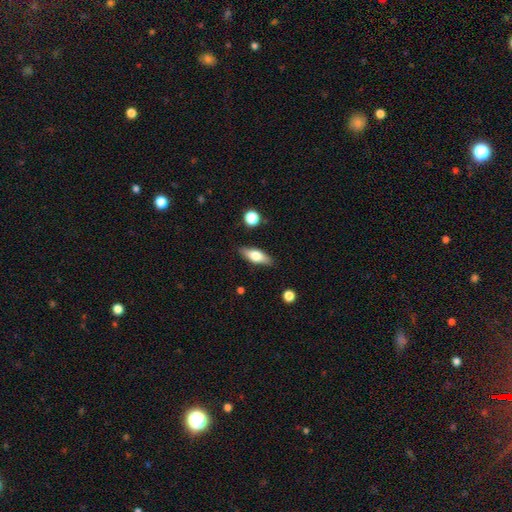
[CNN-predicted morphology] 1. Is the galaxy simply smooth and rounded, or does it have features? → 64% smooth, 30% featured or disk, 7% star or artifact.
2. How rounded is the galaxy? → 66% in between, 31% cigar-shaped, 3% round.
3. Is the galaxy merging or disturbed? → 85% none, 11% minor disturbance, 2% major disturbance, 2% merger.